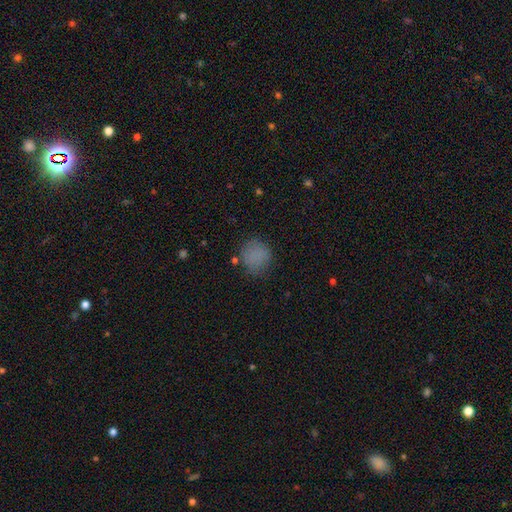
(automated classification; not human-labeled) Overall: smooth (80%). How rounded: round (87%). Merging: none (75%).